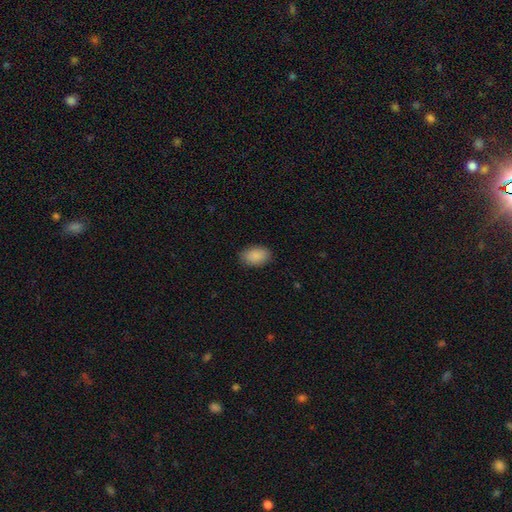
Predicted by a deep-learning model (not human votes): Smooth or featured?
  - smooth: 89% *
  - star or artifact: 7%
  - featured or disk: 4%
How rounded?
  - in between: 86% *
  - round: 12%
  - cigar-shaped: 1%
Merging?
  - none: 87% *
  - minor disturbance: 10%
  - major disturbance: 2%
  - merger: 1%